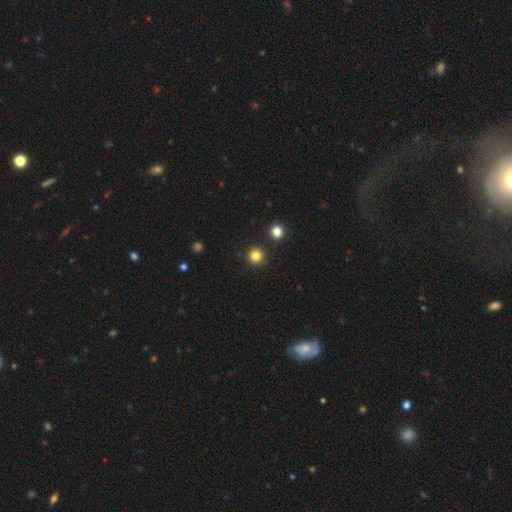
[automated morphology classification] type=smooth (83%); roundness=round (95%); merging=none (91%).